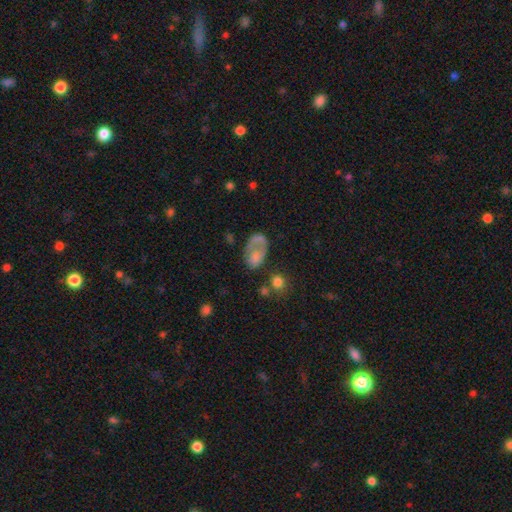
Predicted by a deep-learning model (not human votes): Smooth or featured: smooth — 55% (featured or disk — 34%)
How rounded: in between — 84% (round — 14%)
Merging: major disturbance — 34% (none — 31%)